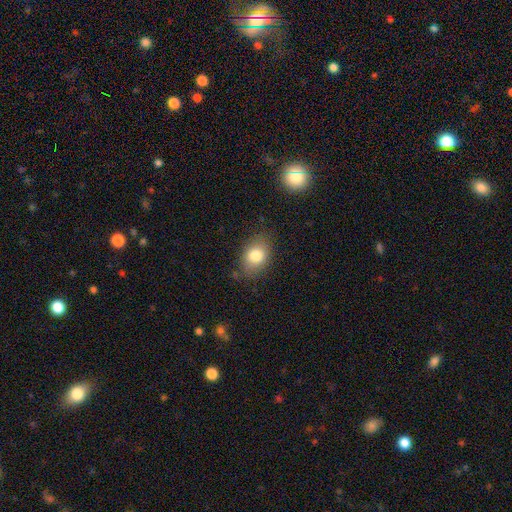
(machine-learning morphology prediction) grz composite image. It shows a smooth galaxy with no disk features (80%) that is in between round and cigar-shaped (72%). Merging: none (78%).